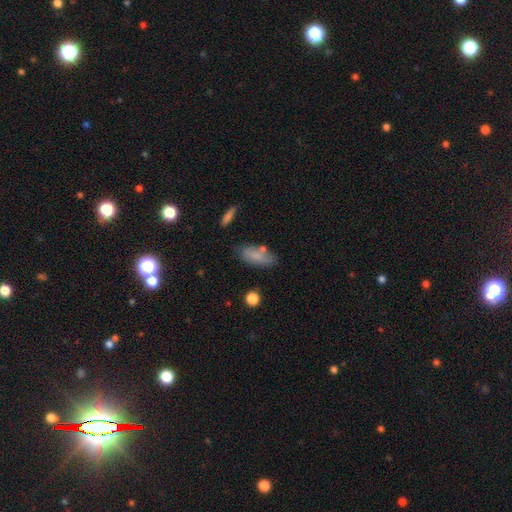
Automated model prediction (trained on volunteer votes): A smooth galaxy with no disk features (78%) that is in between round and cigar-shaped (80%).

Vote fractions:
- Smooth or featured? smooth: 78% / featured or disk: 15% / star or artifact: 8%
- How rounded? in between: 80% / cigar-shaped: 18% / round: 2%
- Merging? none: 67% / minor disturbance: 20% / merger: 9% / major disturbance: 5%